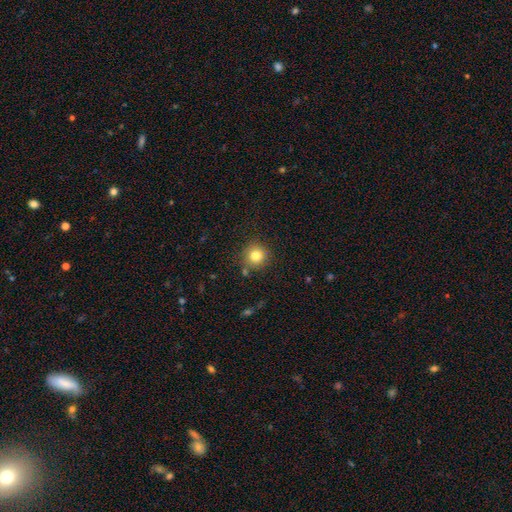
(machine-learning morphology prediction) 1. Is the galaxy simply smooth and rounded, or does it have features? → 81% smooth, 12% star or artifact, 7% featured or disk.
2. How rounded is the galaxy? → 94% round, 5% in between, 1% cigar-shaped.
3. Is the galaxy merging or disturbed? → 84% none, 9% minor disturbance, 4% merger, 3% major disturbance.